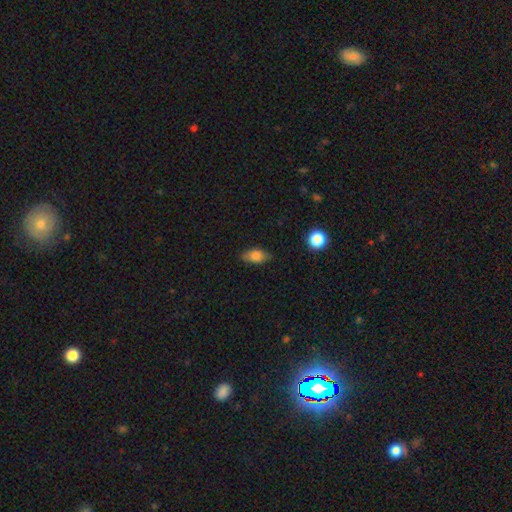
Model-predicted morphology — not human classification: A smooth galaxy with no disk features (77%) that is in between round and cigar-shaped (87%).

Vote fractions:
- Smooth or featured? smooth: 77% / featured or disk: 15% / star or artifact: 9%
- How rounded? in between: 87% / round: 8% / cigar-shaped: 6%
- Merging? none: 76% / minor disturbance: 19% / major disturbance: 4% / merger: 1%